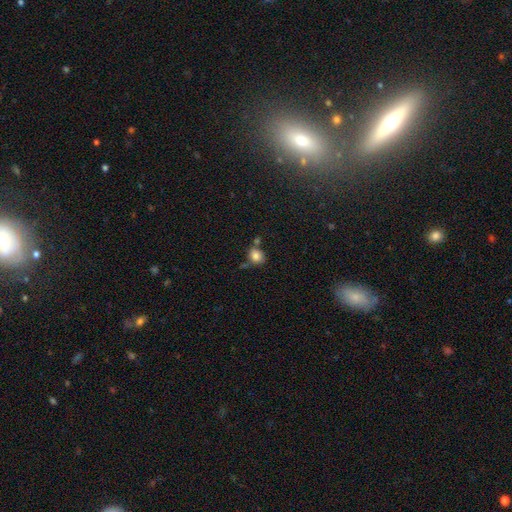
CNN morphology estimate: A smooth galaxy with no disk features (83%) that is round (67%). Merging: none (63%).